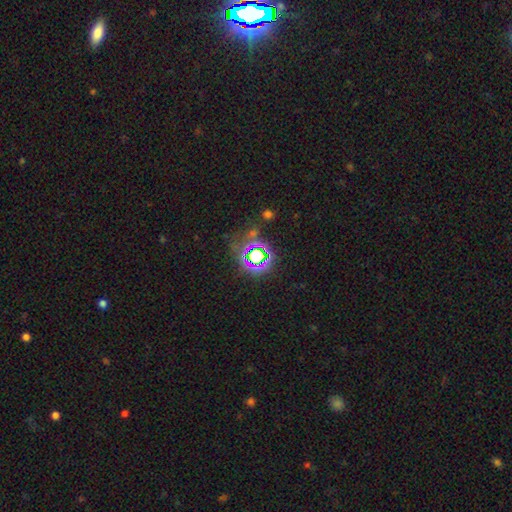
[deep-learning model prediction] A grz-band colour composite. It shows a star or artifact, not a galaxy (66%).